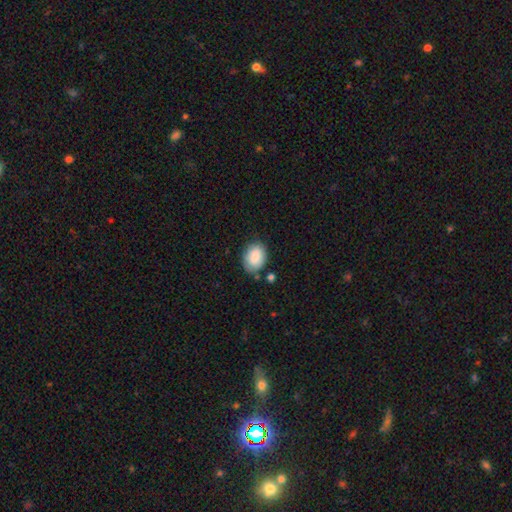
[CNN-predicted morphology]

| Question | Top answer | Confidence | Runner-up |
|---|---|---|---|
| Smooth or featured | smooth | 86% | featured or disk (7%) |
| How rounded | in between | 74% | round (25%) |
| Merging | none | 75% | minor disturbance (17%) |